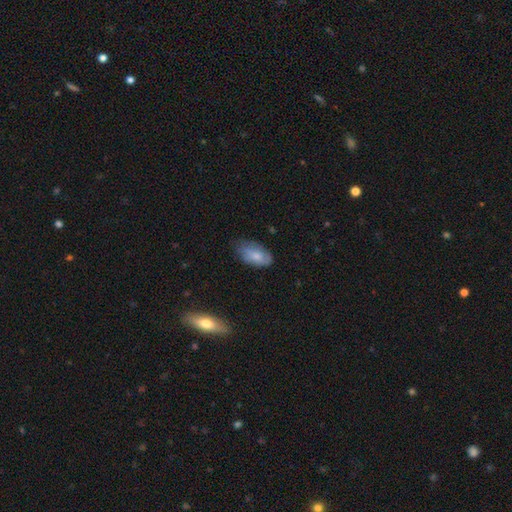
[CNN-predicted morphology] The model was most divided on "merging": none: 60%, minor disturbance: 31%, major disturbance: 8%, merger: 2%. More confident: how rounded — in between (93%); smooth or featured — smooth (74%).